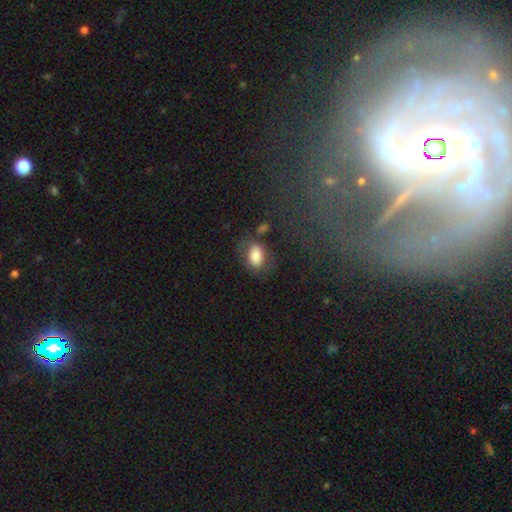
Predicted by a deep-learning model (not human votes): Smooth or featured: smooth — 77% (featured or disk — 15%)
How rounded: in between — 85% (round — 13%)
Merging: none — 59% (minor disturbance — 22%)